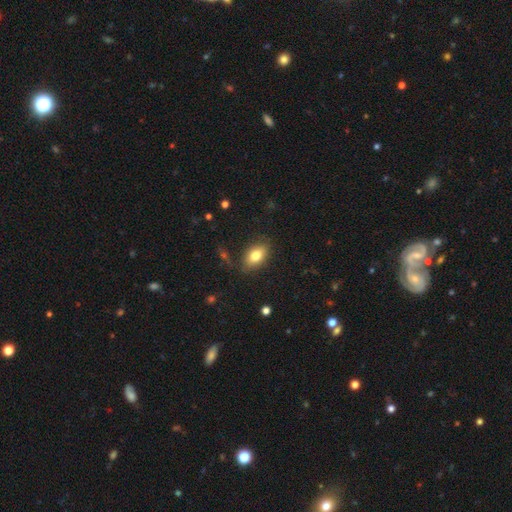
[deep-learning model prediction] smooth_or_featured: smooth (p=0.79) [alt: featured or disk p=0.13]
how_rounded: in between (p=0.87) [alt: round p=0.10]
merging: none (p=0.82) [alt: minor disturbance p=0.13]